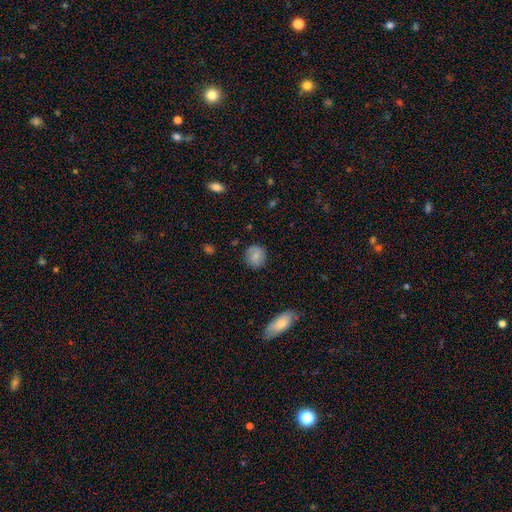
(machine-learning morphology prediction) smooth 75%, featured or disk 16%, star or artifact 8%. Down the decision tree: how rounded — round (84%); merging — none (83%).